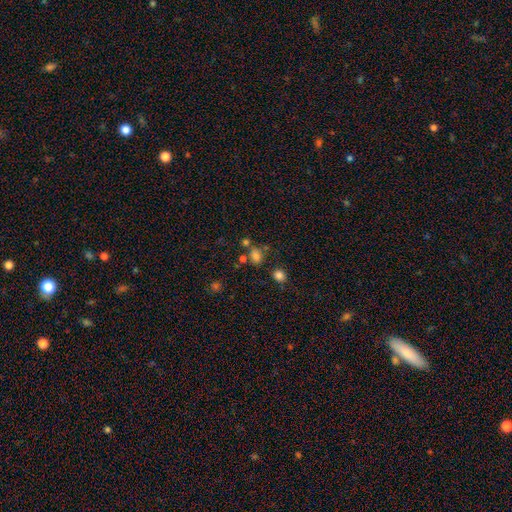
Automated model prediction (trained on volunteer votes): A smooth galaxy with no disk features (74%) that is round (53%).

Vote fractions:
- Smooth or featured? smooth: 74% / star or artifact: 18% / featured or disk: 8%
- How rounded? round: 53% / in between: 46% / cigar-shaped: 1%
- Merging? none: 63% / merger: 17% / minor disturbance: 14% / major disturbance: 6%